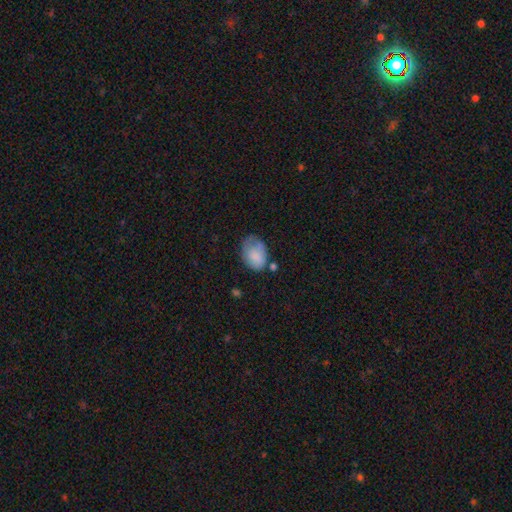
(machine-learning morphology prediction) Smooth or featured? smooth (79%)
How rounded? in between (76%)
Merging? none (41%)